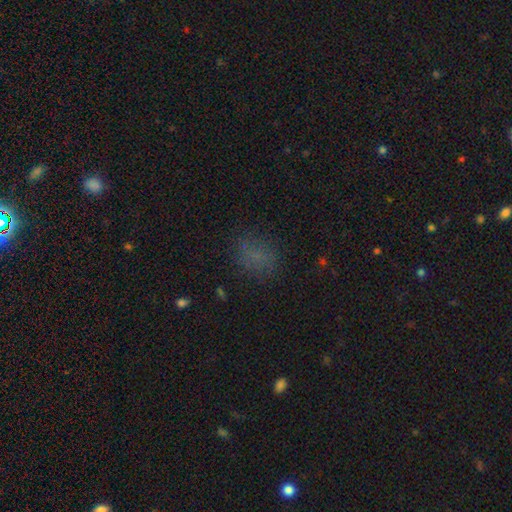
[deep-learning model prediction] Smooth or featured: smooth — 65% (star or artifact — 23%)
How rounded: in between — 55% (round — 43%)
Merging: none — 72% (minor disturbance — 17%)